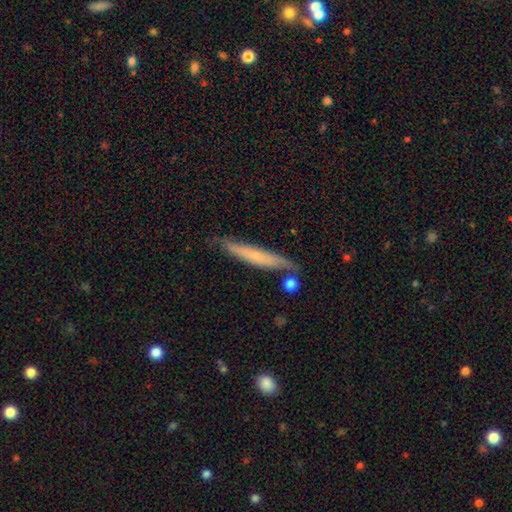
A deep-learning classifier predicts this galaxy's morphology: Q: Smooth or featured?
A: smooth (54%); runner-up: featured or disk (40%)
Q: How rounded?
A: cigar-shaped (94%); runner-up: in between (5%)
Q: Merging?
A: none (75%); runner-up: minor disturbance (17%)